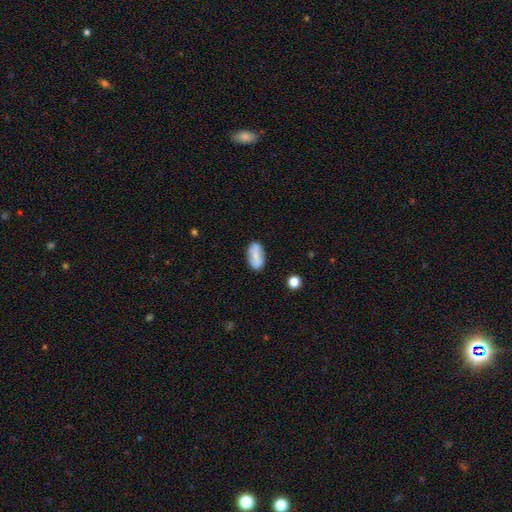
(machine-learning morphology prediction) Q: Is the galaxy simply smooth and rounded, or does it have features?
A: smooth — 59%.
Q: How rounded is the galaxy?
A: in between — 91%.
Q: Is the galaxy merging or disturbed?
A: none — 77%.